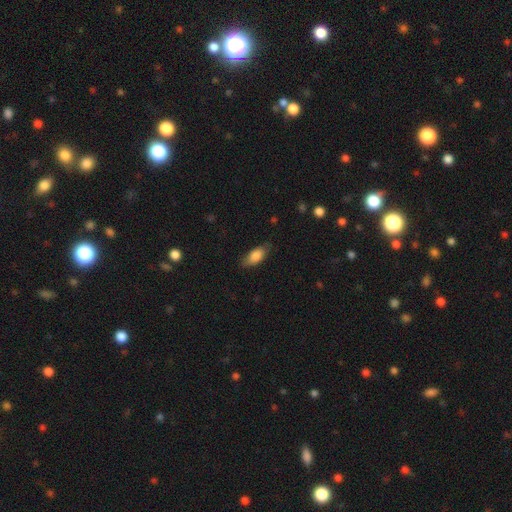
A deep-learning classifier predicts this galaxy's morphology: smooth-or-featured: smooth: 81% | featured or disk: 12% | star or artifact: 7%
  how-rounded: in between: 85% | cigar-shaped: 12% | round: 3%
  merging: none: 73% | minor disturbance: 21% | major disturbance: 5% | merger: 1%